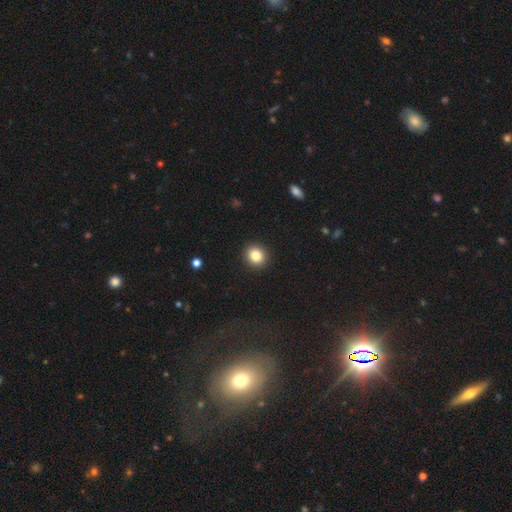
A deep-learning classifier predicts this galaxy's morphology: type=smooth (84%); roundness=round (86%); merging=none (92%).